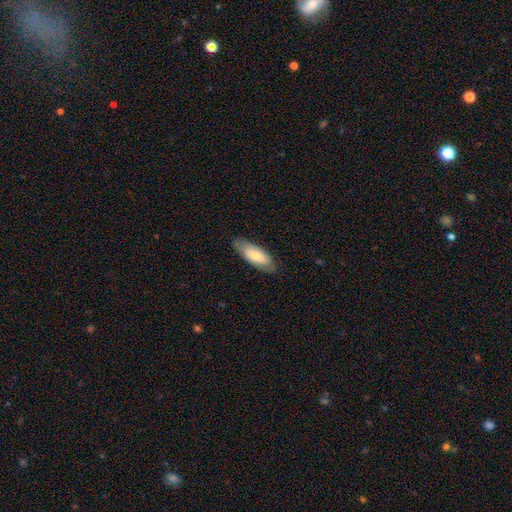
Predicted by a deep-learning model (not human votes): Smooth or featured: smooth — 67% (featured or disk — 28%)
How rounded: in between — 78% (cigar-shaped — 20%)
Merging: none — 78% (minor disturbance — 17%)